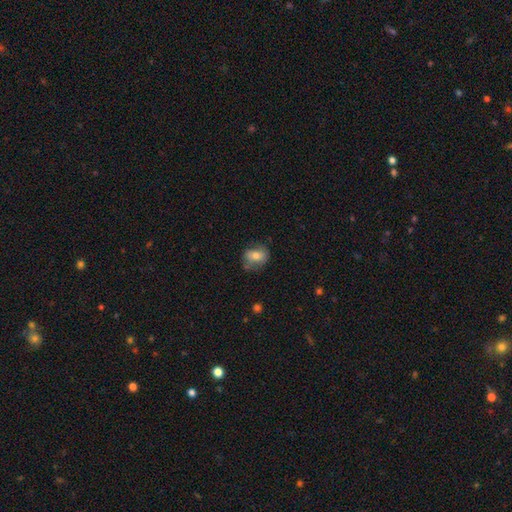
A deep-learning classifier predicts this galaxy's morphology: smooth 69%, featured or disk 22%, star or artifact 9%. Down the decision tree: how rounded — in between (55%); merging — none (65%).